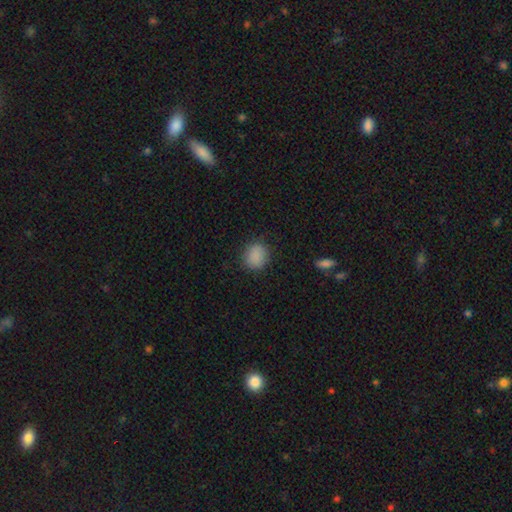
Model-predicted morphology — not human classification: Smooth or featured? Predicted: smooth (p=0.87). How rounded? Predicted: round (p=0.74). Merging? Predicted: none (p=0.84).